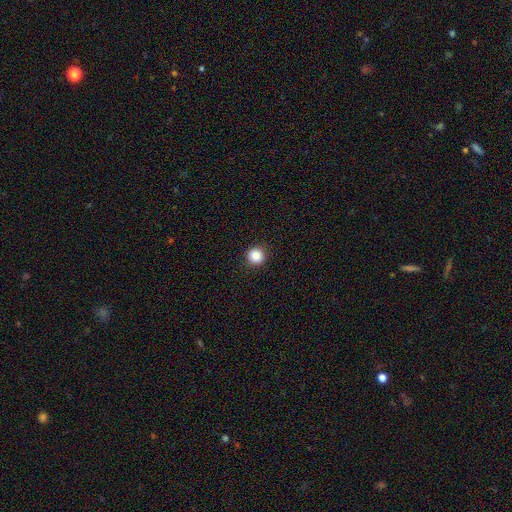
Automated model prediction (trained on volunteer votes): smooth_or_featured: smooth (p=0.86) [alt: star or artifact p=0.10]
how_rounded: round (p=0.95) [alt: in between p=0.04]
merging: none (p=0.93) [alt: minor disturbance p=0.05]